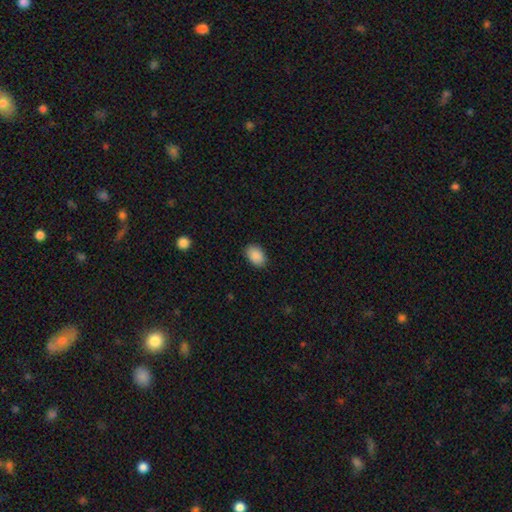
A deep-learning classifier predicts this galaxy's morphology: Smooth or featured? smooth (90%)
How rounded? in between (86%)
Merging? none (88%)